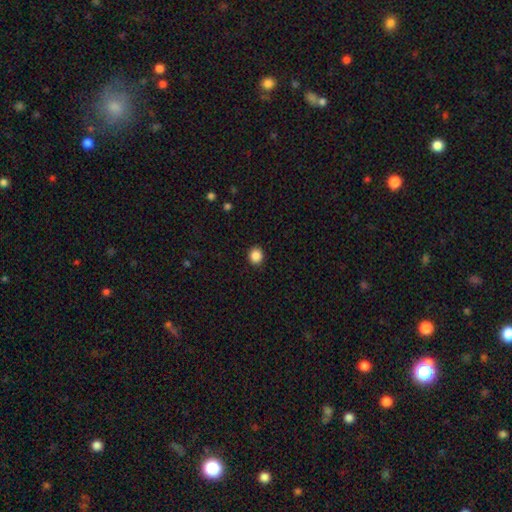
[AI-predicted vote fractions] A smooth galaxy with no disk features (87%) that is round (82%).

Vote fractions:
- Smooth or featured? smooth: 87% / star or artifact: 10% / featured or disk: 3%
- How rounded? round: 82% / in between: 17% / cigar-shaped: 1%
- Merging? none: 91% / minor disturbance: 6% / major disturbance: 2% / merger: 1%